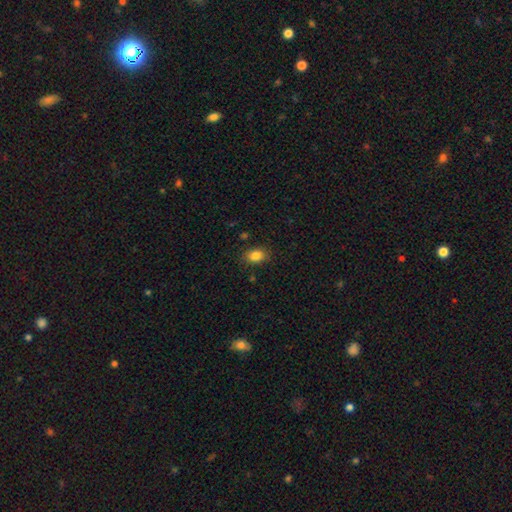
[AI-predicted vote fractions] Q: Smooth or featured?
A: smooth (84%); runner-up: star or artifact (10%)
Q: How rounded?
A: in between (72%); runner-up: round (27%)
Q: Merging?
A: none (85%); runner-up: minor disturbance (11%)